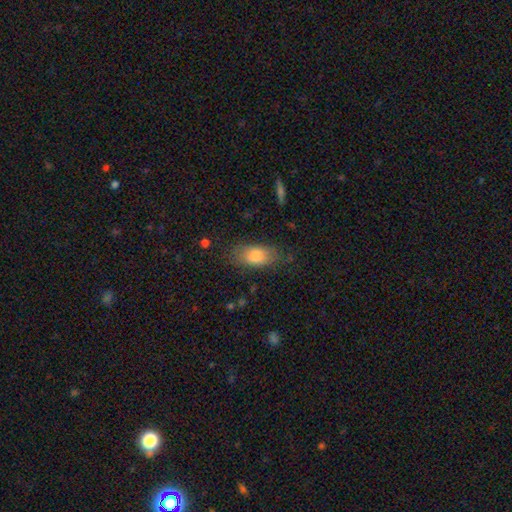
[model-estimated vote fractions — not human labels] Smooth or featured? Predicted: smooth (p=0.80). How rounded? Predicted: in between (p=0.87). Merging? Predicted: none (p=0.75).